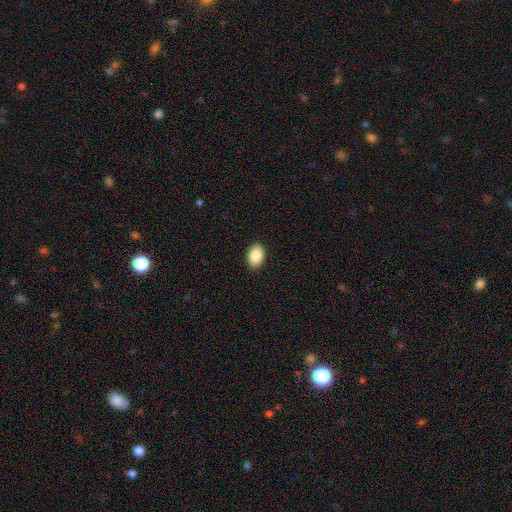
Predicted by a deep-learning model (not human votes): Smooth or featured?
  - smooth: 86% *
  - star or artifact: 7%
  - featured or disk: 6%
How rounded?
  - in between: 86% *
  - round: 13%
  - cigar-shaped: 1%
Merging?
  - none: 91% *
  - minor disturbance: 7%
  - major disturbance: 2%
  - merger: 1%